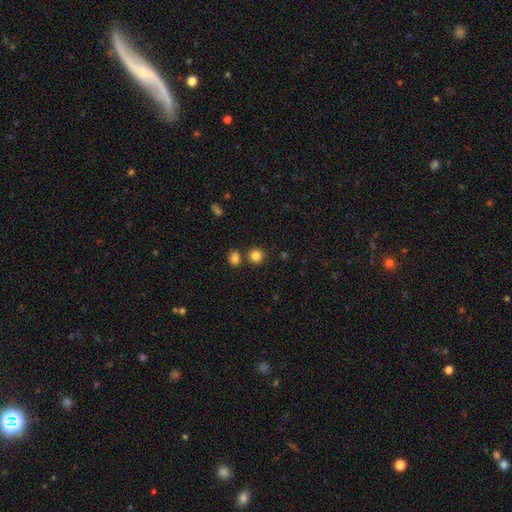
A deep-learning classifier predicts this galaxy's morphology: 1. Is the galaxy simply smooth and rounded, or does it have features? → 83% smooth, 12% star or artifact, 5% featured or disk.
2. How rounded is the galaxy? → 89% round, 10% in between, 1% cigar-shaped.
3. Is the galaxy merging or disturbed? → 77% none, 13% merger, 7% minor disturbance, 3% major disturbance.